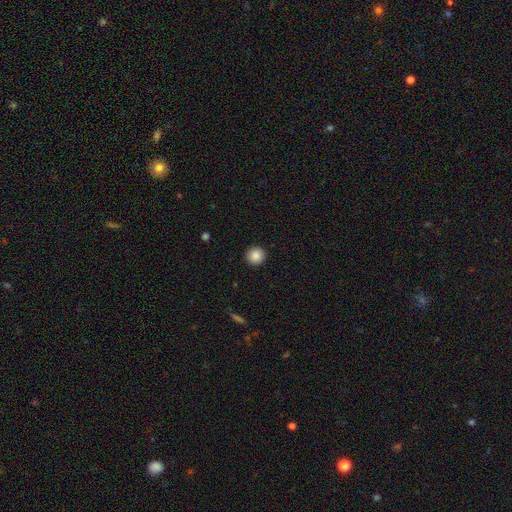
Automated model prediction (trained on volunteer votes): Q: Smooth or featured?
A: smooth (87%); runner-up: star or artifact (9%)
Q: How rounded?
A: round (95%); runner-up: in between (4%)
Q: Merging?
A: none (93%); runner-up: minor disturbance (5%)